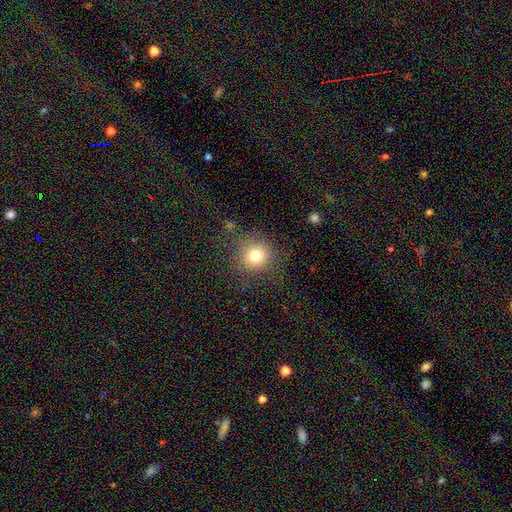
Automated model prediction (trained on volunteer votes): Q: Smooth or featured?
A: smooth (77%); runner-up: star or artifact (13%)
Q: How rounded?
A: round (92%); runner-up: in between (7%)
Q: Merging?
A: none (81%); runner-up: minor disturbance (11%)